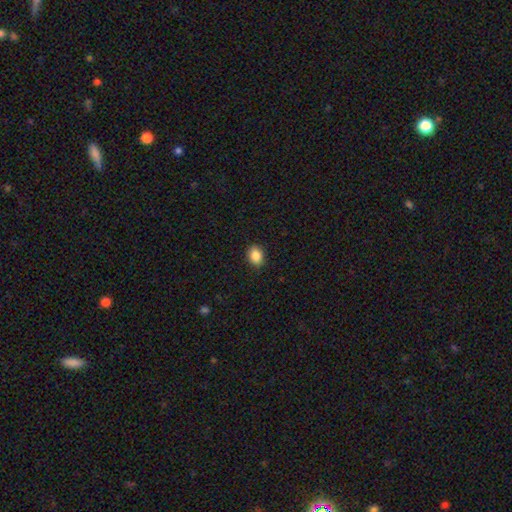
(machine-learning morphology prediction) Smooth or featured: smooth — 87% (star or artifact — 8%)
How rounded: in between — 68% (round — 31%)
Merging: none — 89% (minor disturbance — 8%)